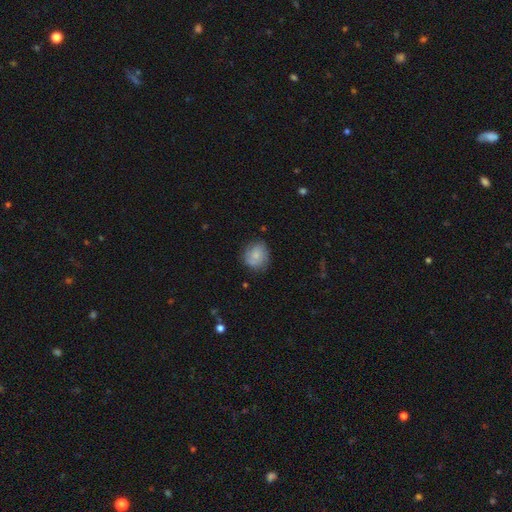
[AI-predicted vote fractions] Q: Smooth or featured?
A: smooth (70%); runner-up: featured or disk (22%)
Q: How rounded?
A: round (74%); runner-up: in between (25%)
Q: Merging?
A: none (65%); runner-up: minor disturbance (24%)